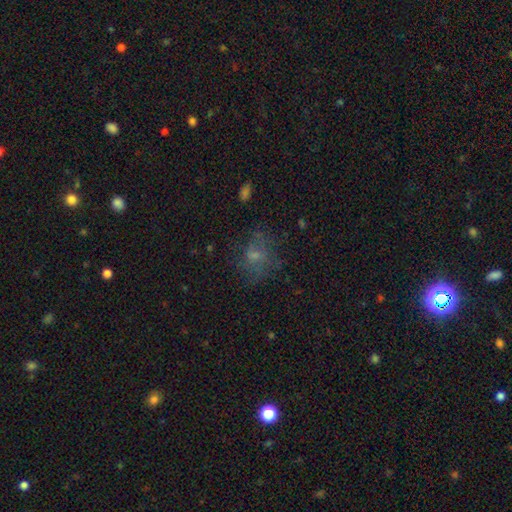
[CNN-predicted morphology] smooth-or-featured: smooth: 51% | featured or disk: 29% | star or artifact: 20%
  how-rounded: round: 59% | in between: 40% | cigar-shaped: 1%
  merging: none: 58% | minor disturbance: 20% | major disturbance: 19% | merger: 2%